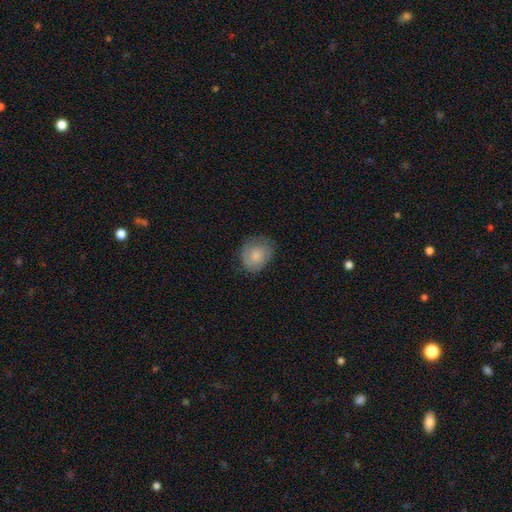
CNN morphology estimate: Smooth or featured? Predicted: smooth (p=0.73). How rounded? Predicted: round (p=0.61). Merging? Predicted: none (p=0.66).